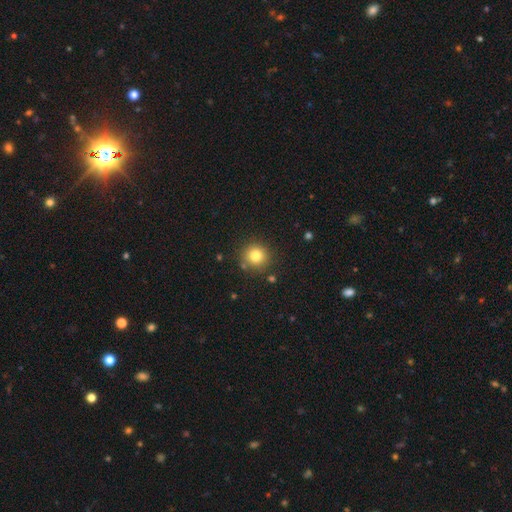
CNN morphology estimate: This is likely a smooth galaxy (80%). How rounded: clearly round (93%). Merging: clearly none (85%).